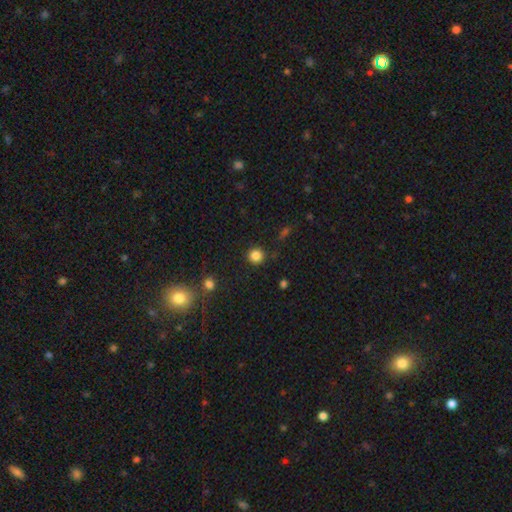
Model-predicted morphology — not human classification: Smooth or featured?
  - smooth: 84% *
  - star or artifact: 12%
  - featured or disk: 4%
How rounded?
  - round: 94% *
  - in between: 5%
  - cigar-shaped: 1%
Merging?
  - none: 90% *
  - minor disturbance: 6%
  - major disturbance: 2%
  - merger: 2%